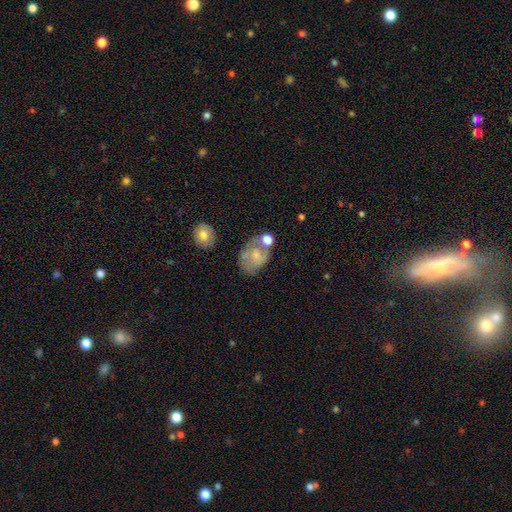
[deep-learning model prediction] This appears to be a smooth galaxy with no disk features (49%). Merging: none (44%).